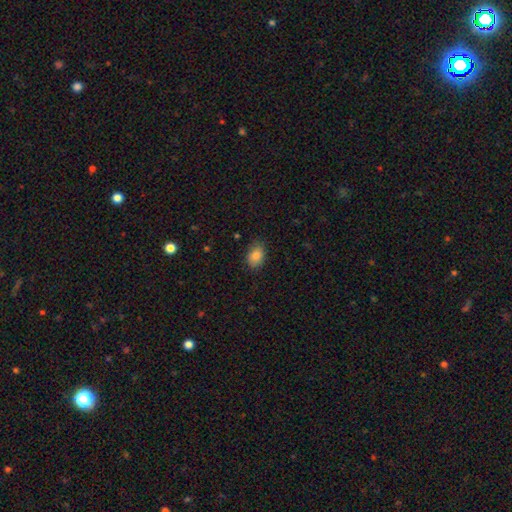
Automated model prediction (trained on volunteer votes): Smooth or featured? Predicted: smooth (p=0.85). How rounded? Predicted: in between (p=0.78). Merging? Predicted: none (p=0.81).